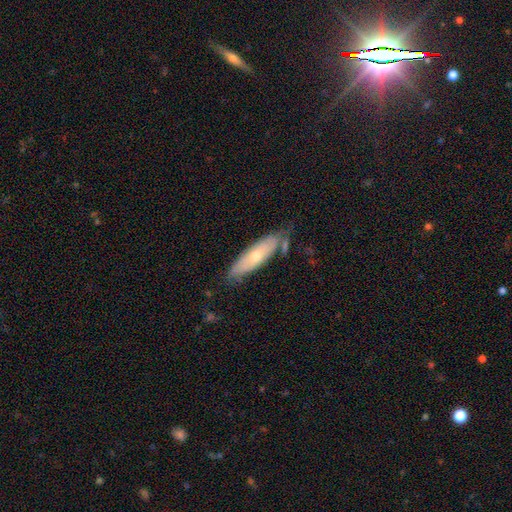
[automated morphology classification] Overall: smooth (50%; featured or disk 43%). How rounded: cigar-shaped (57%; in between 42%). Merging: none (69%).